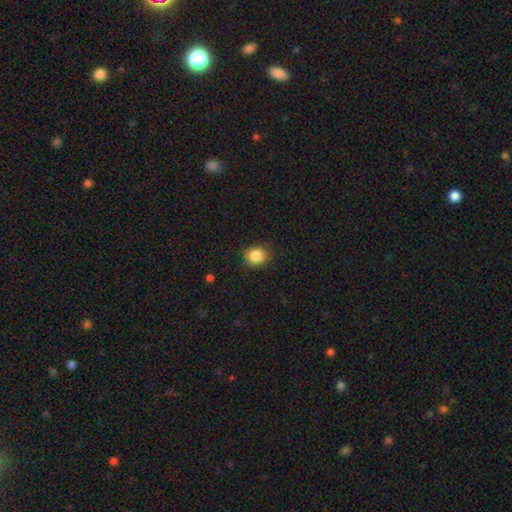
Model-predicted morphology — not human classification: Smooth or featured? smooth (86%)
How rounded? round (79%)
Merging? none (85%)